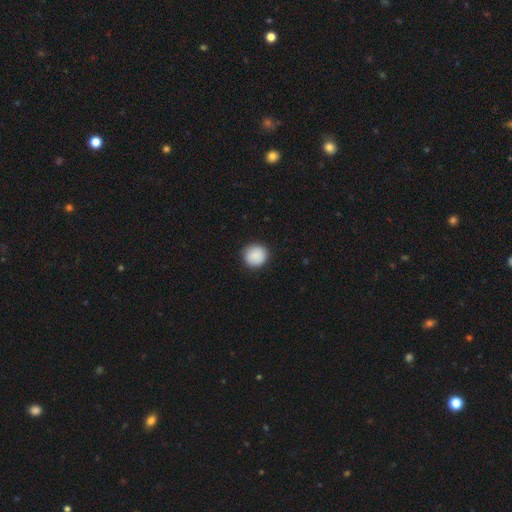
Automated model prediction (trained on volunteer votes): Morphology: type=smooth (89%); roundness=round (92%); merging=none (91%).